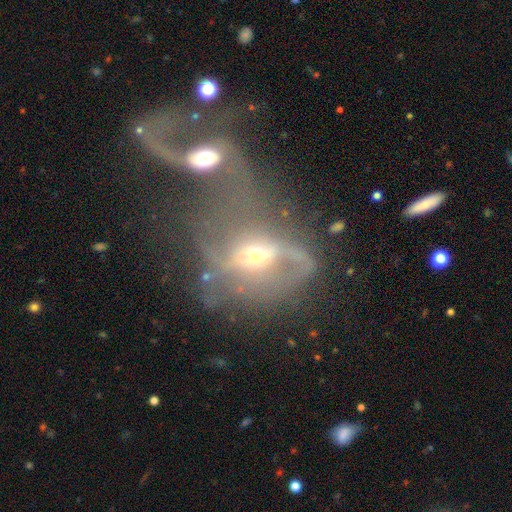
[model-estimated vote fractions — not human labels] Q: Smooth or featured?
A: featured or disk (66%); runner-up: smooth (23%)
Q: Edge-on disk?
A: no (91%); runner-up: yes (9%)
Q: Bar?
A: no (43%); runner-up: weak (31%)
Q: Spiral arms?
A: yes (53%); runner-up: no (47%)
Q: Bulge size?
A: moderate (51%); runner-up: small (41%)
Q: Merging?
A: major disturbance (37%); runner-up: merger (33%)